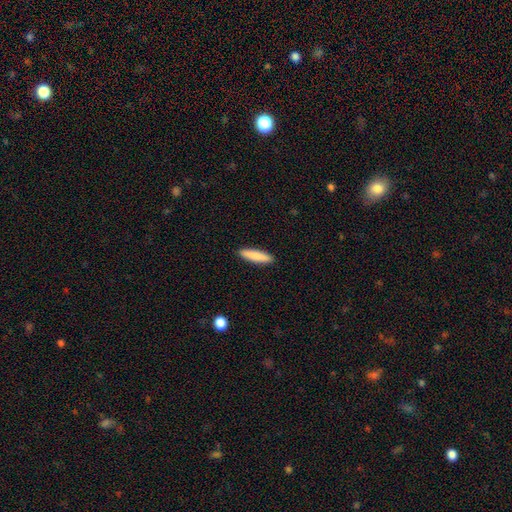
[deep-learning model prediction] Smooth or featured? smooth (85%)
How rounded? cigar-shaped (81%)
Merging? none (91%)